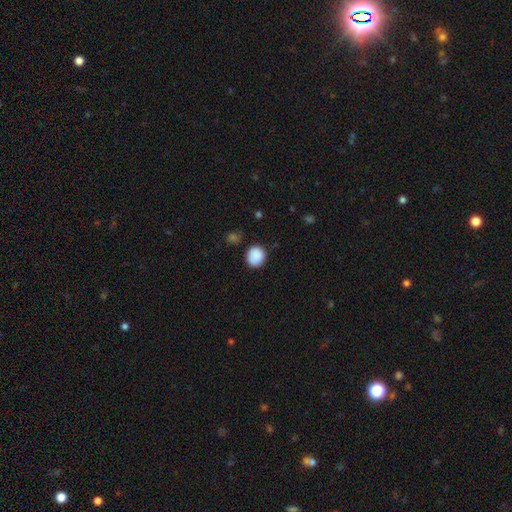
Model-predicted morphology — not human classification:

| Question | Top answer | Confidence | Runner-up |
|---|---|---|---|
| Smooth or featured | smooth | 88% | star or artifact (8%) |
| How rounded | round | 82% | in between (17%) |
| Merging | none | 79% | minor disturbance (15%) |